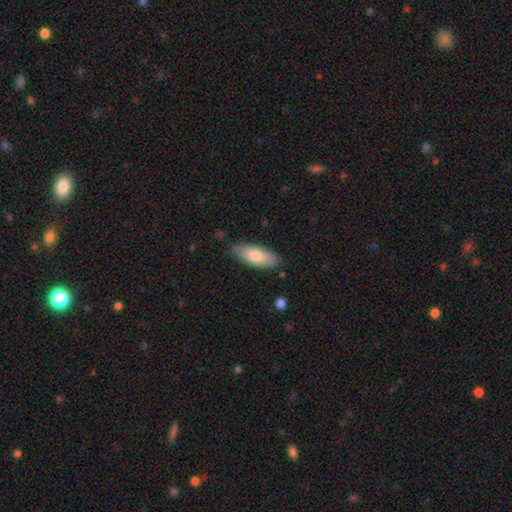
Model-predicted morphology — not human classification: Smooth or featured? smooth (79%)
How rounded? in between (77%)
Merging? none (81%)